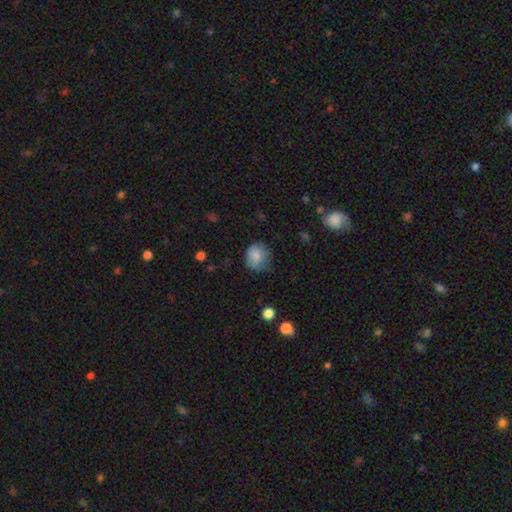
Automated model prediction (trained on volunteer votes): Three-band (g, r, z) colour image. It shows a smooth galaxy with no disk features (80%) that is round (71%). Merging: none (59%).